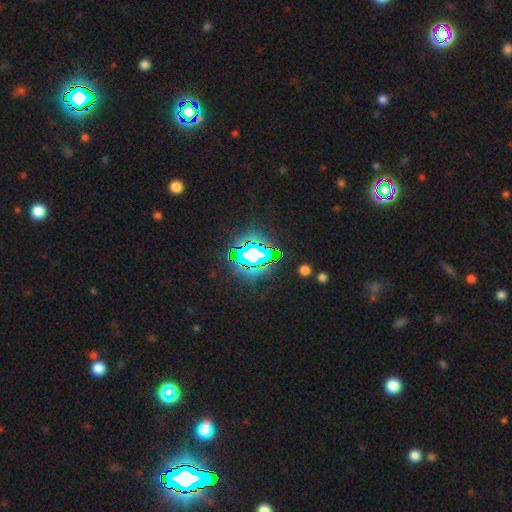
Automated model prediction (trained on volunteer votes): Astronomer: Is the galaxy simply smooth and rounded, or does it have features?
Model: star or artifact — 71%.